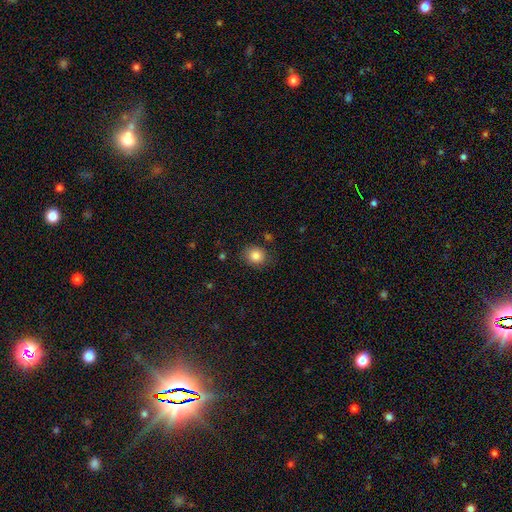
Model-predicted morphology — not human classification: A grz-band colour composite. It shows a smooth galaxy with no disk features (85%) that is round (77%). Merging: none (82%).